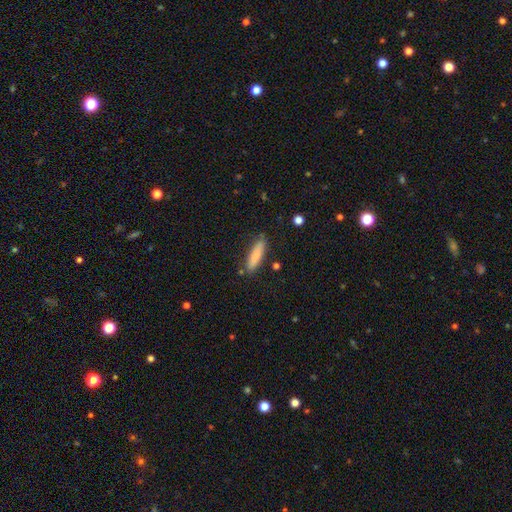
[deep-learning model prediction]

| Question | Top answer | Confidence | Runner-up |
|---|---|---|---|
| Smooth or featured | smooth | 83% | featured or disk (10%) |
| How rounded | cigar-shaped | 74% | in between (25%) |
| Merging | none | 81% | minor disturbance (13%) |